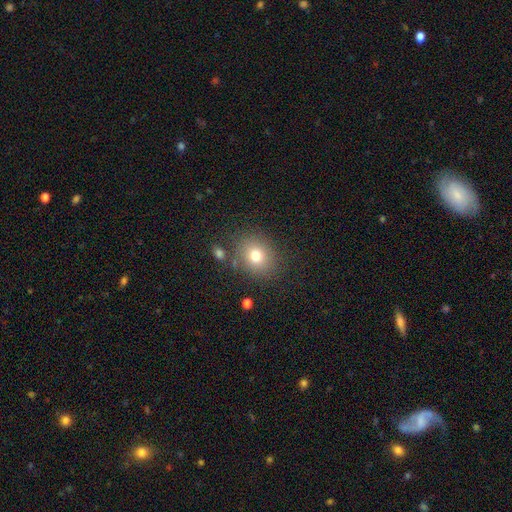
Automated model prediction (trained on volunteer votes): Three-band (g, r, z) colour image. It shows a smooth galaxy with no disk features (75%) that is round (64%). Merging: none (80%).